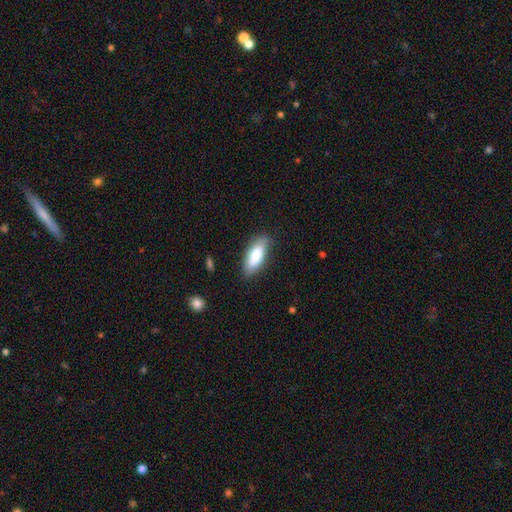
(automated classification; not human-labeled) Morphology: type=smooth (79%); roundness=in between (77%); merging=none (83%).